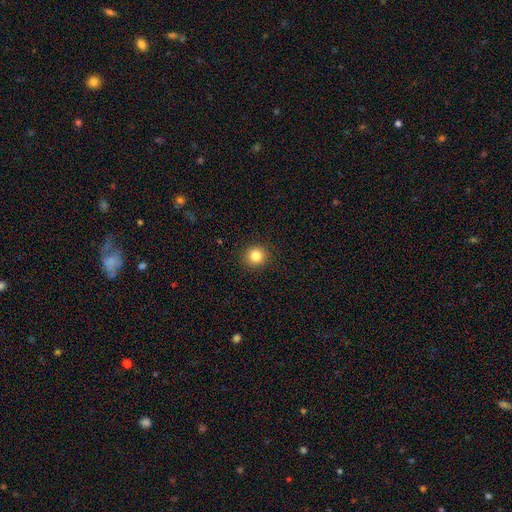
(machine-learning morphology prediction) Smooth or featured?
  - smooth: 84% *
  - star or artifact: 11%
  - featured or disk: 5%
How rounded?
  - round: 93% *
  - in between: 7%
  - cigar-shaped: 1%
Merging?
  - none: 91% *
  - minor disturbance: 6%
  - major disturbance: 2%
  - merger: 1%